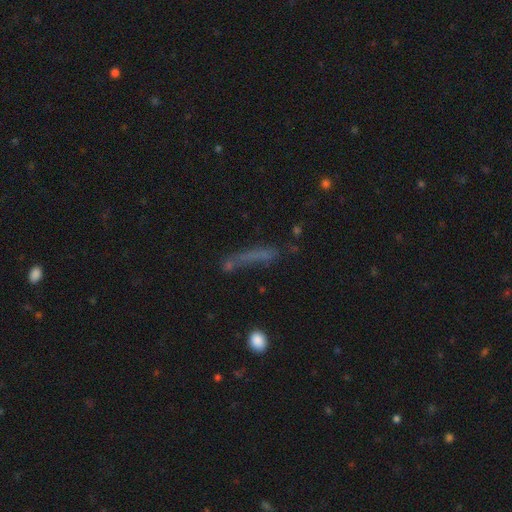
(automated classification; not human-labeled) The model was most divided on "smooth or featured": smooth: 51%, featured or disk: 28%, star or artifact: 21%. Remaining: how rounded — cigar-shaped (80%); merging — none (49%).